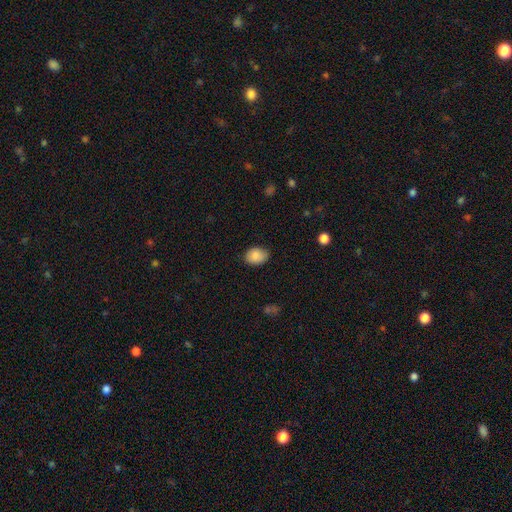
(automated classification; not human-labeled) Smooth or featured? smooth (86%)
How rounded? in between (73%)
Merging? none (80%)